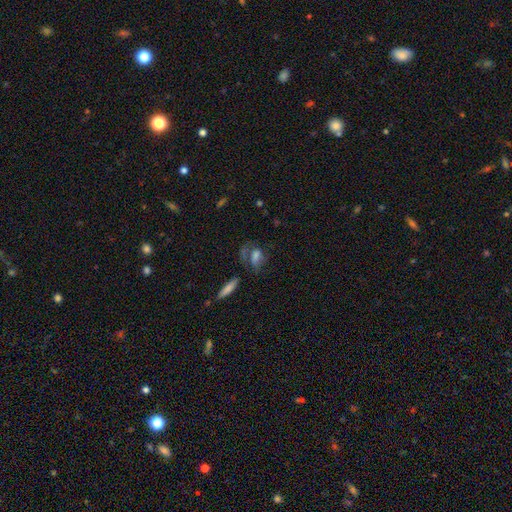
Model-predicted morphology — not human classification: This is possibly a smooth galaxy (51%). How rounded: likely in between (71%). Merging: marginally none (45%).